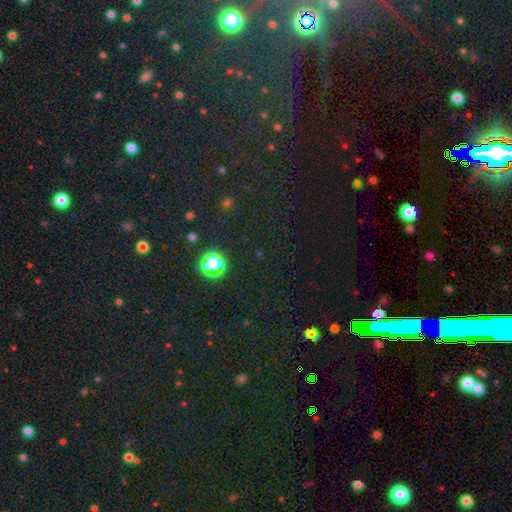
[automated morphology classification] A star or artifact, not a galaxy (71%).

Vote fractions:
- Smooth or featured? star or artifact: 71% / smooth: 21% / featured or disk: 7%